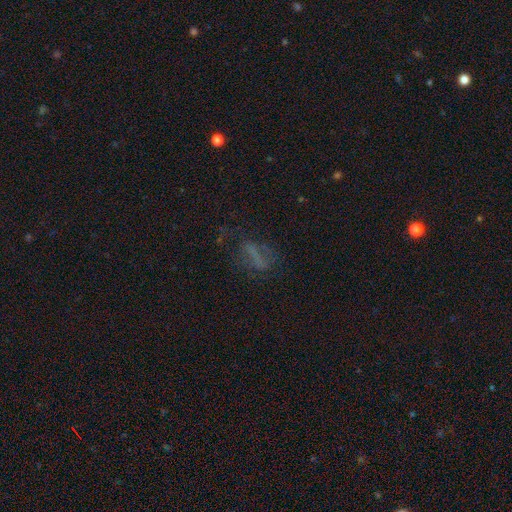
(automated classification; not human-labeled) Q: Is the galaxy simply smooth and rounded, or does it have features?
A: smooth — 42%.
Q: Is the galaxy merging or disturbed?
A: none — 57%.